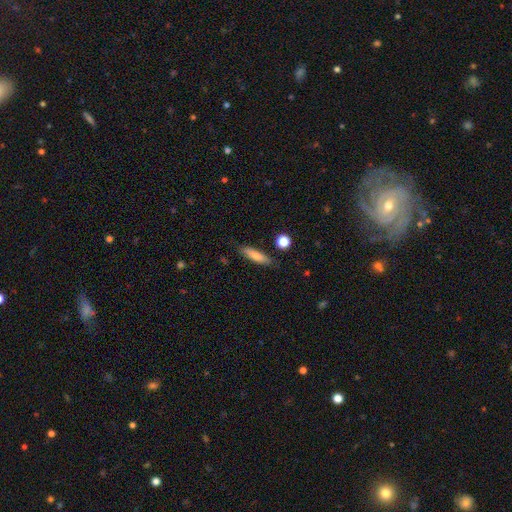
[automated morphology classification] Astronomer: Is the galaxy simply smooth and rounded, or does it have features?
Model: smooth — 78%.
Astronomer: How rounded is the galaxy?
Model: cigar-shaped — 71%.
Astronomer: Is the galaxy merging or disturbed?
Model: none — 83%.